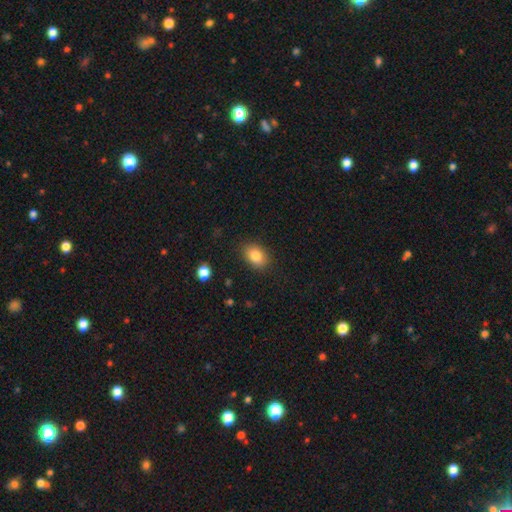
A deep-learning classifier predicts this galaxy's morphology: The model was most divided on "how rounded": in between: 74%, round: 25%, cigar-shaped: 1%. More confident: merging — none (86%); smooth or featured — smooth (83%).